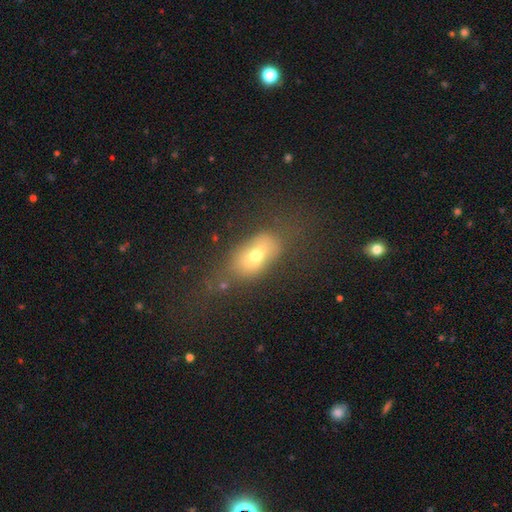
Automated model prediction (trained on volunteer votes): This appears to be a smooth galaxy with no disk features (63%) that is in between round and cigar-shaped (81%). Merging: none (51%).